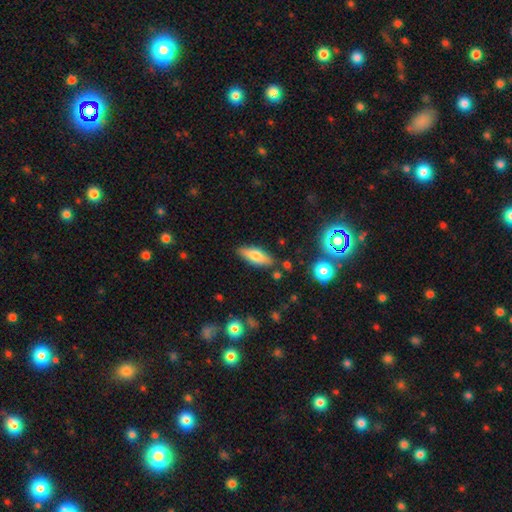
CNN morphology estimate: Overall: smooth (69%). How rounded: in between (69%; cigar-shaped 29%). Merging: none (83%).